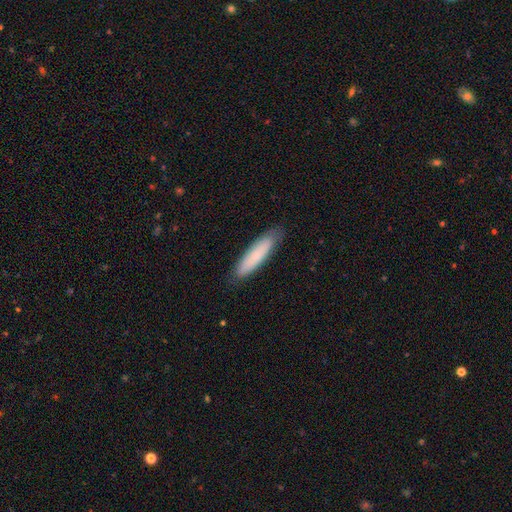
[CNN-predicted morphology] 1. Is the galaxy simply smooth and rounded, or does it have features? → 78% smooth, 16% featured or disk, 6% star or artifact.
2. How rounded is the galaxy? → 77% cigar-shaped, 21% in between, 1% round.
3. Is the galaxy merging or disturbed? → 86% none, 11% minor disturbance, 2% major disturbance, 1% merger.